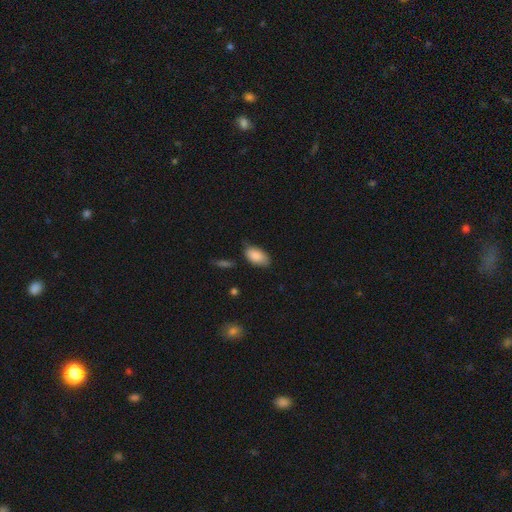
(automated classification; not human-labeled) Smooth or featured? smooth (87%)
How rounded? in between (94%)
Merging? none (66%)